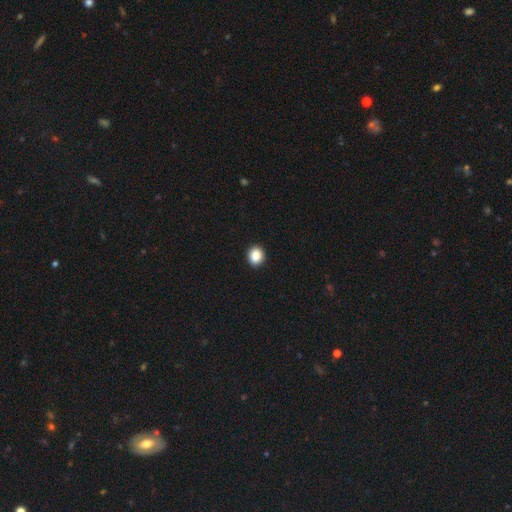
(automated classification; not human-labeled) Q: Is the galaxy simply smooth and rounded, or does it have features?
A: smooth — 87%.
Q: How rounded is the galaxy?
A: round — 67%.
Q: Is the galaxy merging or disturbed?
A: none — 93%.